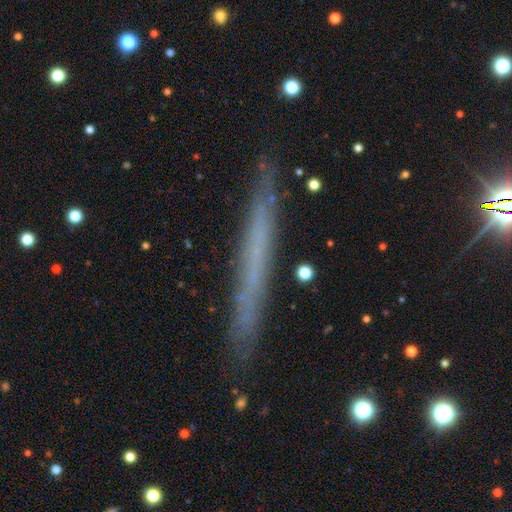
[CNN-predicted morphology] smooth_or_featured: featured or disk (p=0.47) [alt: smooth p=0.42]
merging: none (p=0.87) [alt: minor disturbance p=0.10]